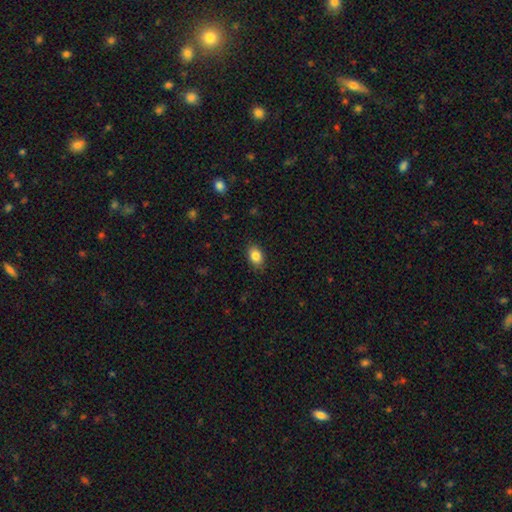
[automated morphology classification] type=smooth (86%); roundness=in between (81%); merging=none (86%).